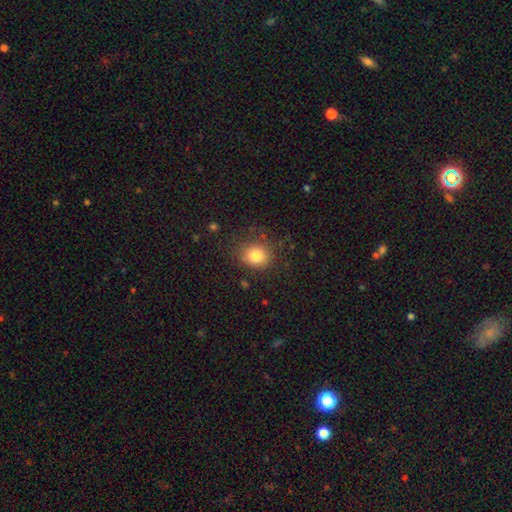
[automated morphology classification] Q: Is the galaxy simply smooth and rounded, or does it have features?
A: smooth — 82%.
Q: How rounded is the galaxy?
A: round — 72%.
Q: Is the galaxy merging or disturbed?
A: none — 78%.